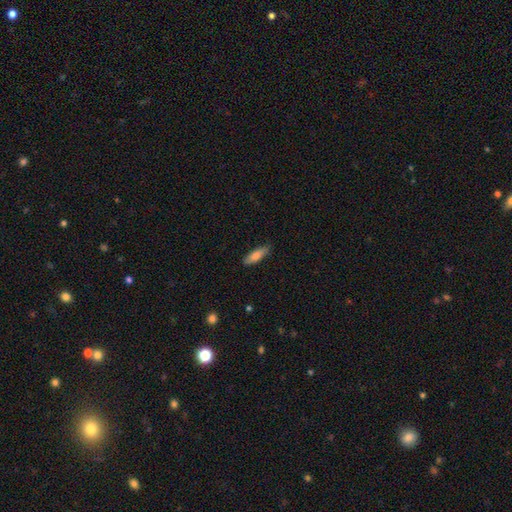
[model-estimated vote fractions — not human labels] A smooth galaxy with no disk features (77%) that is cigar-shaped (51%). Merging: none (85%).